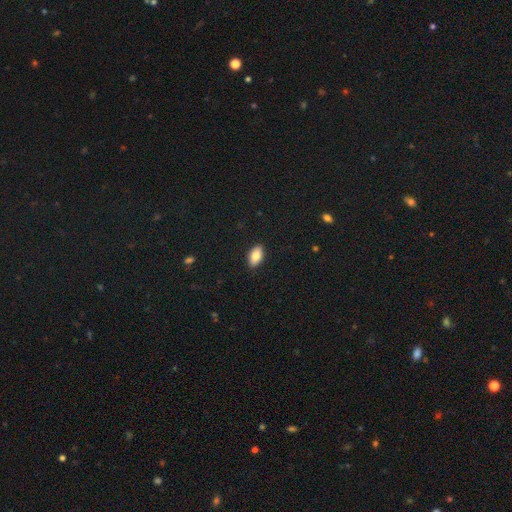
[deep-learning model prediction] A smooth galaxy with no disk features (83%) that is in between round and cigar-shaped (93%). Merging: none (90%).